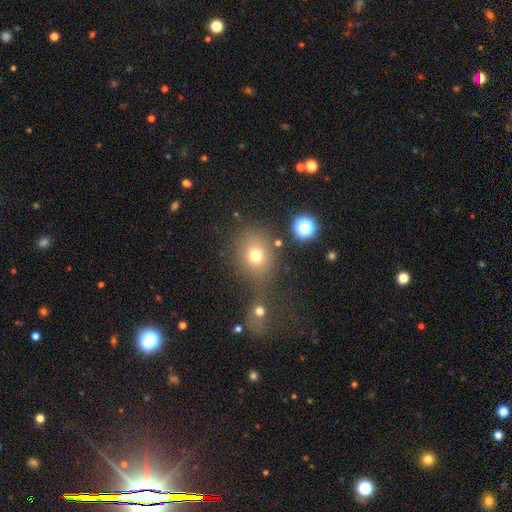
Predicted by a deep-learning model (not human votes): This appears to be a smooth galaxy with no disk features (72%) that is round (68%). Merging: none (63%).